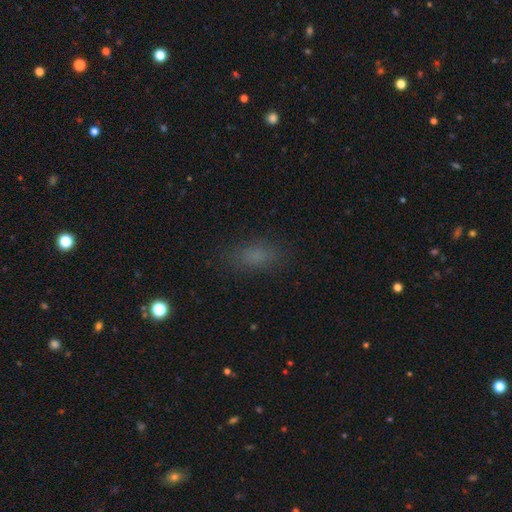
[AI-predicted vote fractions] smooth 76%, star or artifact 16%, featured or disk 8%. Down the decision tree: how rounded — in between (81%); merging — none (81%).